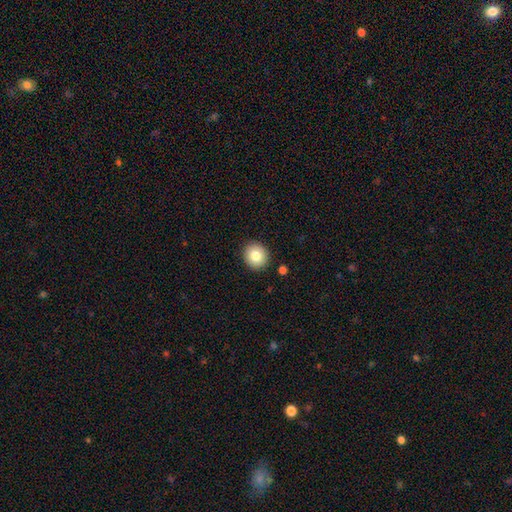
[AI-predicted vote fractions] The model was most divided on "smooth or featured": smooth: 81%, featured or disk: 10%, star or artifact: 9%. More confident: merging — none (90%); how rounded — round (85%).